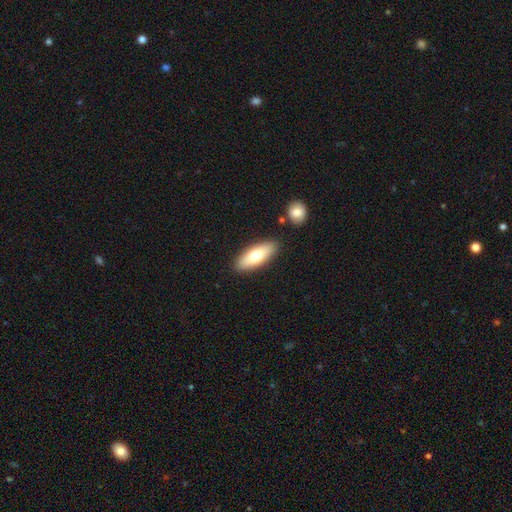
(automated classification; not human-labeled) Overall: smooth (70%). How rounded: in between (68%; cigar-shaped 29%). Merging: none (87%).